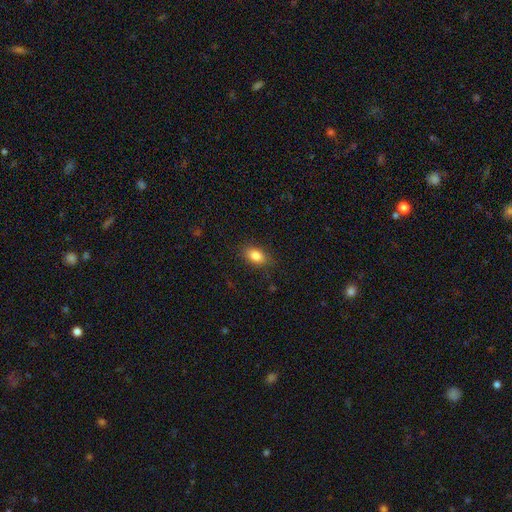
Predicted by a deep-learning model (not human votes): Overall: smooth (85%). How rounded: in between (86%). Merging: none (85%).